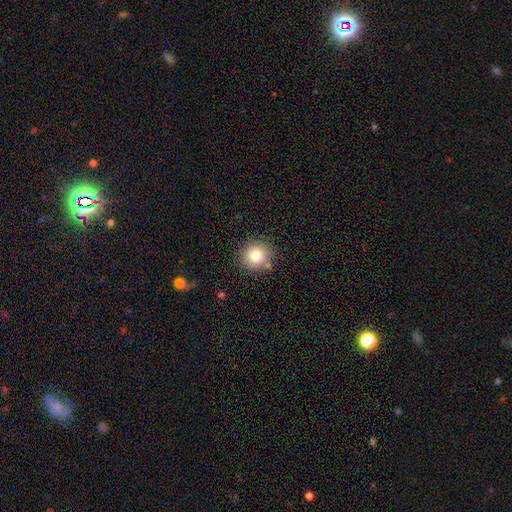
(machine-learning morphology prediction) Q: Smooth or featured?
A: smooth (80%); runner-up: star or artifact (11%)
Q: How rounded?
A: round (89%); runner-up: in between (10%)
Q: Merging?
A: none (83%); runner-up: minor disturbance (10%)